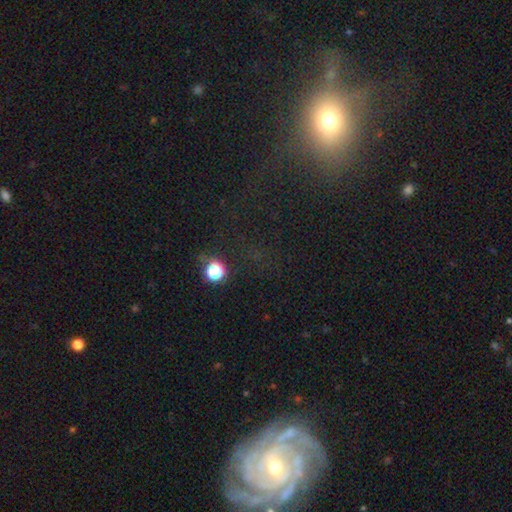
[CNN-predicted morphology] This appears to be a featured or disk galaxy (37%). Merging: none (65%).